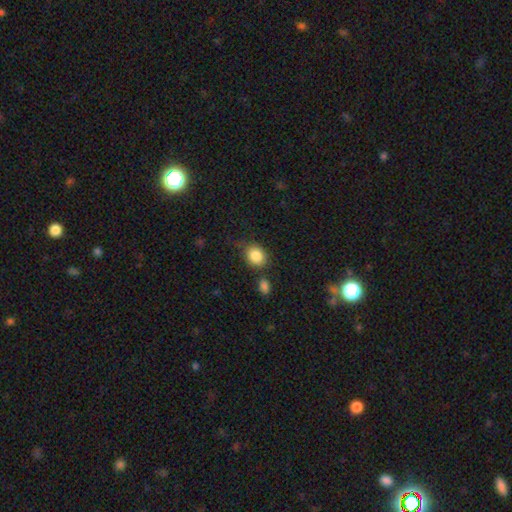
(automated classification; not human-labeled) smooth_or_featured: smooth (p=0.86) [alt: star or artifact p=0.09]
how_rounded: round (p=0.59) [alt: in between p=0.40]
merging: none (p=0.66) [alt: minor disturbance p=0.18]